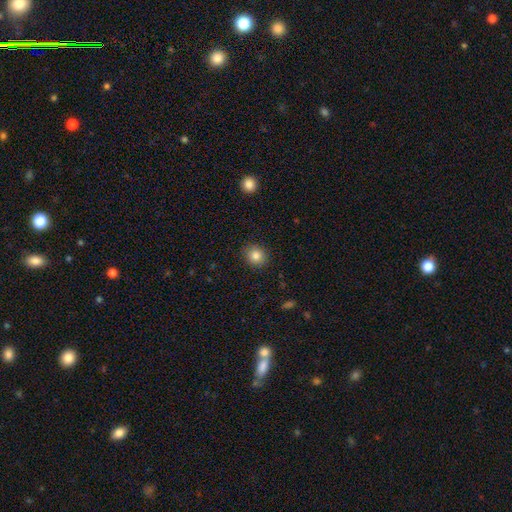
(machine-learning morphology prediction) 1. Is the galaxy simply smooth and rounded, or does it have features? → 84% smooth, 10% star or artifact, 6% featured or disk.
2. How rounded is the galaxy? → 82% round, 17% in between, 1% cigar-shaped.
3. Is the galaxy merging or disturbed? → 90% none, 7% minor disturbance, 2% major disturbance, 1% merger.